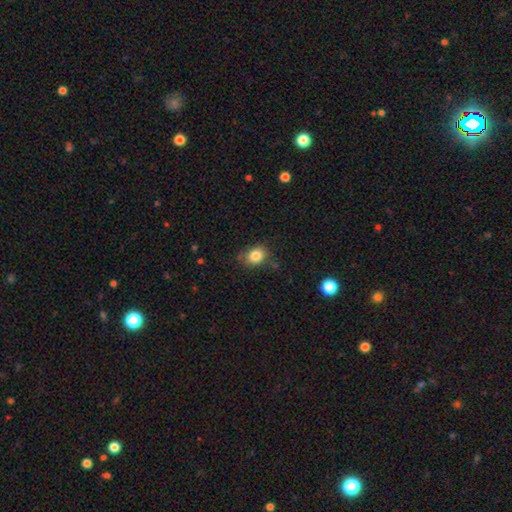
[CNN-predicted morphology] This is clearly a smooth galaxy (84%). How rounded: possibly in between (58%). Merging: likely none (74%).